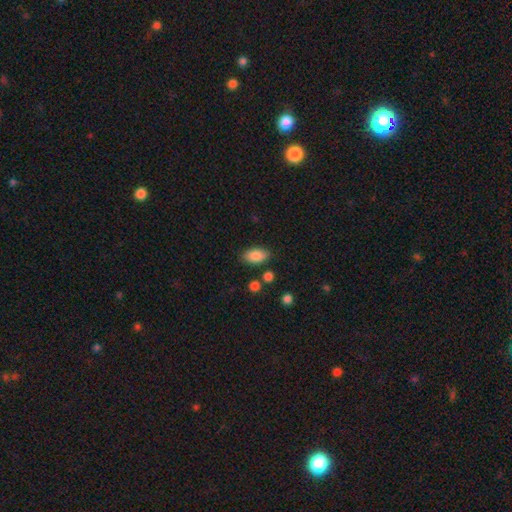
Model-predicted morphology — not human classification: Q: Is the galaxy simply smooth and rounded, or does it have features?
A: smooth — 86%.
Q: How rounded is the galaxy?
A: in between — 91%.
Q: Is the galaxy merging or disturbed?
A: none — 82%.